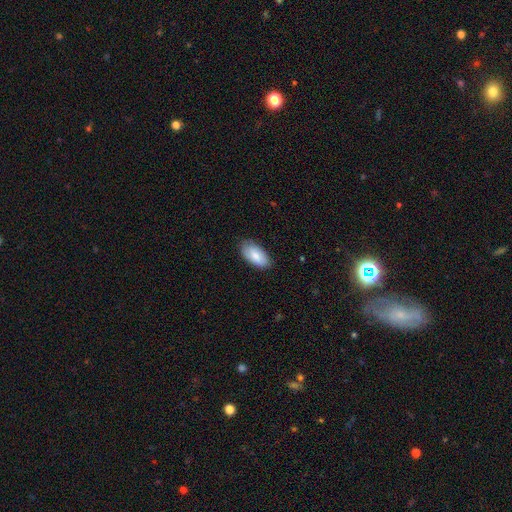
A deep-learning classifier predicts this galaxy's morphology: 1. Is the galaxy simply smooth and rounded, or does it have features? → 80% smooth, 14% featured or disk, 6% star or artifact.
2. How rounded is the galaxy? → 93% in between, 5% cigar-shaped, 2% round.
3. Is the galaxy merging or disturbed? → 81% none, 16% minor disturbance, 3% major disturbance, 1% merger.